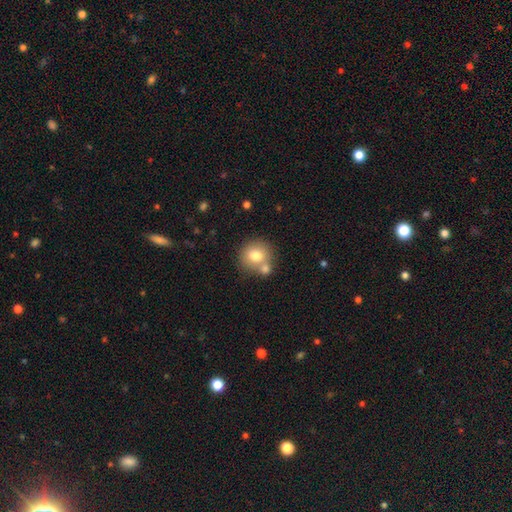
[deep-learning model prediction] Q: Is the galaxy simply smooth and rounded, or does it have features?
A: smooth — 75%.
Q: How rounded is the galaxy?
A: round — 85%.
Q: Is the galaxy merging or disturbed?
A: none — 55%.